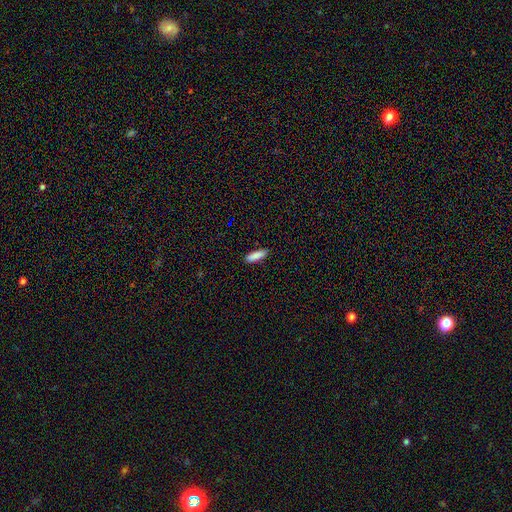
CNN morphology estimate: This appears to be a smooth galaxy with no disk features (88%) that is cigar-shaped (57%). Merging: none (90%).